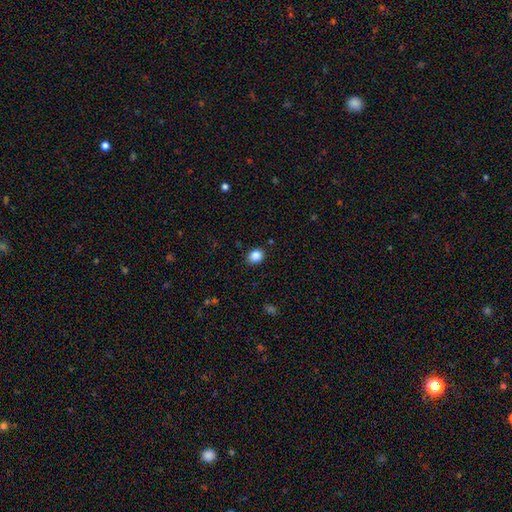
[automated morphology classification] smooth 87%, star or artifact 10%, featured or disk 4%. Down the decision tree: how rounded — round (55%); merging — none (88%).